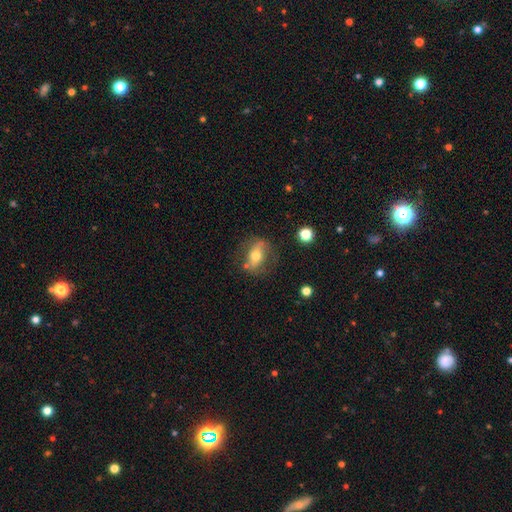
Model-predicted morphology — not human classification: Smooth or featured: smooth — 47% (featured or disk — 44%)
Merging: none — 69% (minor disturbance — 18%)